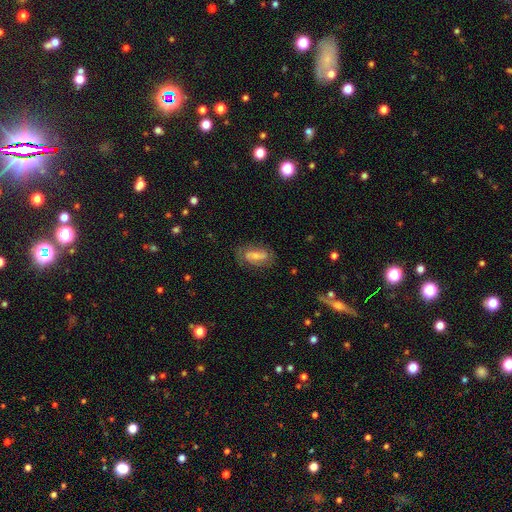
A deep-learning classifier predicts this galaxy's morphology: A featured or disk galaxy (61%) with a weak bar (42%), spiral arms (84%) and a small central bulge (52%). Merging: none (68%).